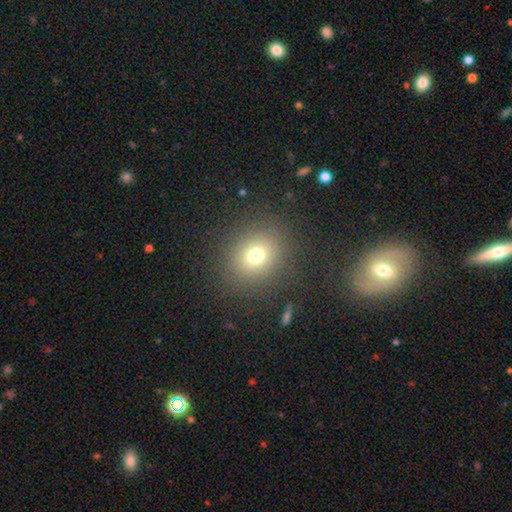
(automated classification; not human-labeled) Morphology: type=smooth (72%); roundness=round (77%); merging=none (86%).